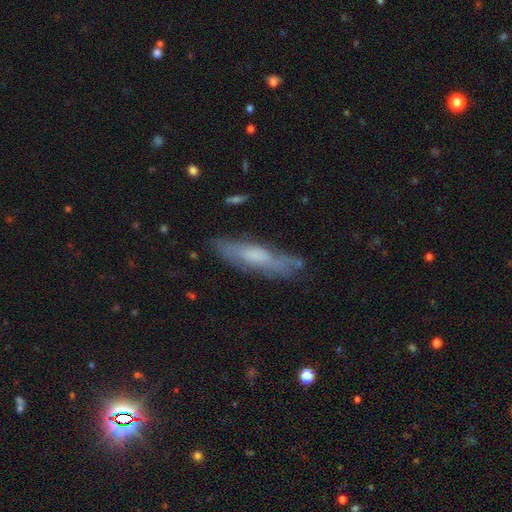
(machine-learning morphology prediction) A smooth galaxy with no disk features (48%).

Vote fractions:
- Smooth or featured? smooth: 48% / featured or disk: 44% / star or artifact: 8%
- Merging? none: 67% / minor disturbance: 23% / major disturbance: 8% / merger: 3%